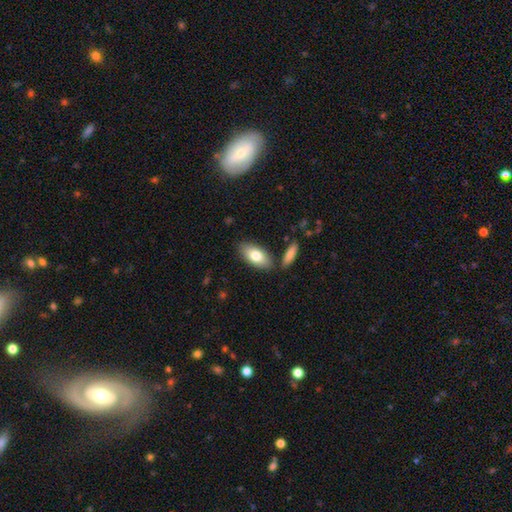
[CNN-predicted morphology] A smooth galaxy with no disk features (78%) that is in between round and cigar-shaped (89%).

Vote fractions:
- Smooth or featured? smooth: 78% / featured or disk: 16% / star or artifact: 6%
- How rounded? in between: 89% / cigar-shaped: 8% / round: 3%
- Merging? none: 78% / minor disturbance: 11% / merger: 9% / major disturbance: 3%